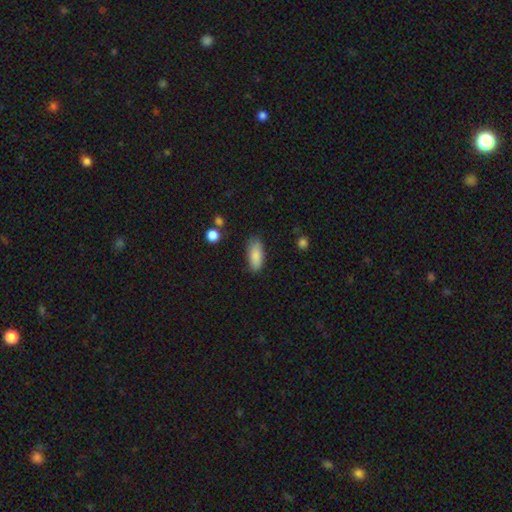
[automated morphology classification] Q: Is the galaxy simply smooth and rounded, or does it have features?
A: smooth — 86%.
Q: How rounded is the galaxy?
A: in between — 83%.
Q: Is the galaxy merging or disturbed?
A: none — 80%.